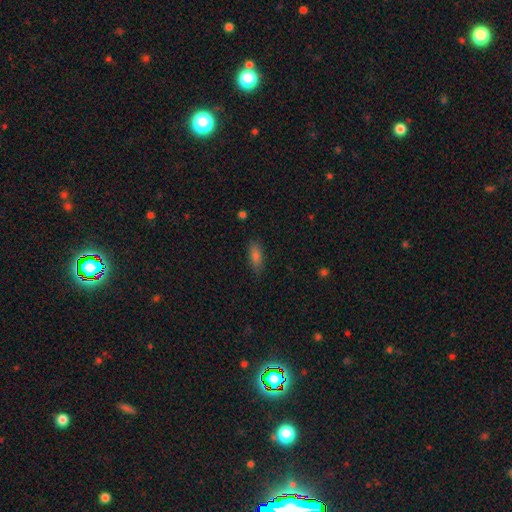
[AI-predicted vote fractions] This is likely a smooth galaxy (75%). How rounded: likely in between (65%). Merging: clearly none (85%).